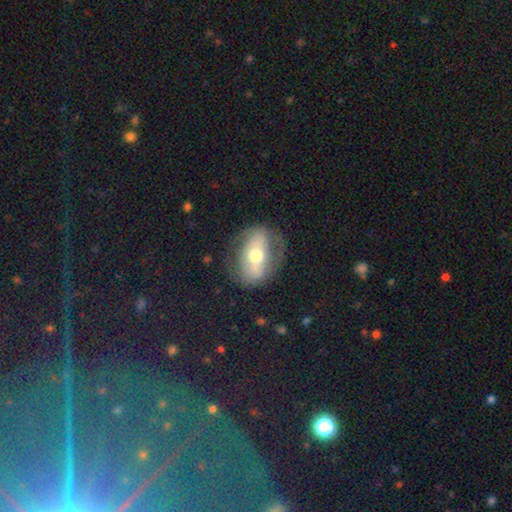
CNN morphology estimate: The model was most divided on "spiral arms" (2-way tie): no: 50%, yes: 50%. Remaining: edge-on disk — no (90%); bulge size — moderate (69%); merging — none (69%); smooth or featured — featured or disk (61%); bar — strong (43%).